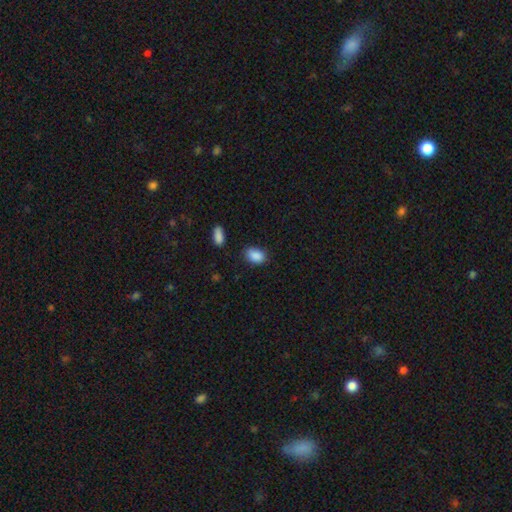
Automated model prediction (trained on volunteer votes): Smooth or featured: smooth — 89% (star or artifact — 7%)
How rounded: in between — 85% (round — 14%)
Merging: none — 81% (minor disturbance — 13%)